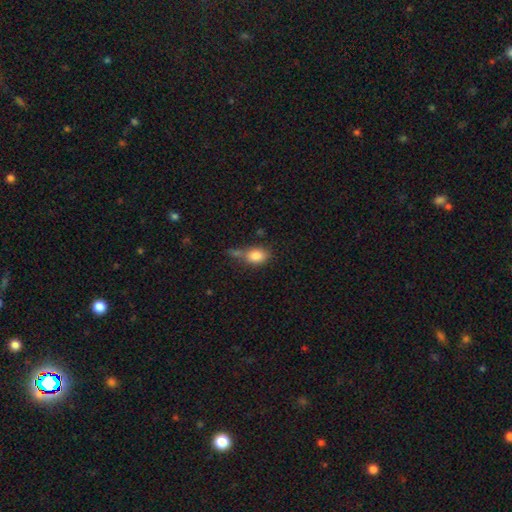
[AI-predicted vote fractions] Smooth or featured? Predicted: smooth (p=0.83). How rounded? Predicted: in between (p=0.68). Merging? Predicted: none (p=0.41).